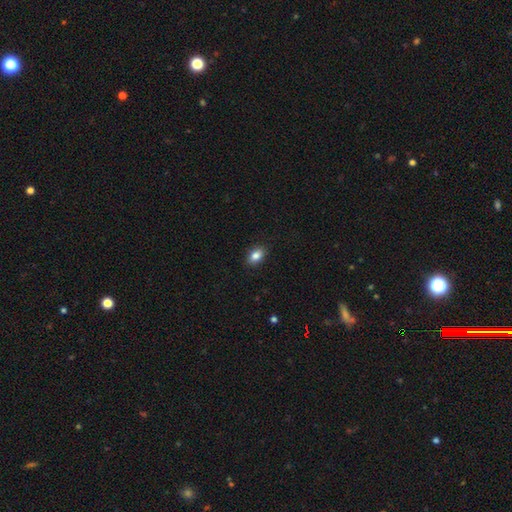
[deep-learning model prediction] A smooth galaxy with no disk features (85%) that is in between round and cigar-shaped (85%).

Vote fractions:
- Smooth or featured? smooth: 85% / star or artifact: 8% / featured or disk: 7%
- How rounded? in between: 85% / round: 13% / cigar-shaped: 2%
- Merging? none: 89% / minor disturbance: 8% / major disturbance: 2% / merger: 1%